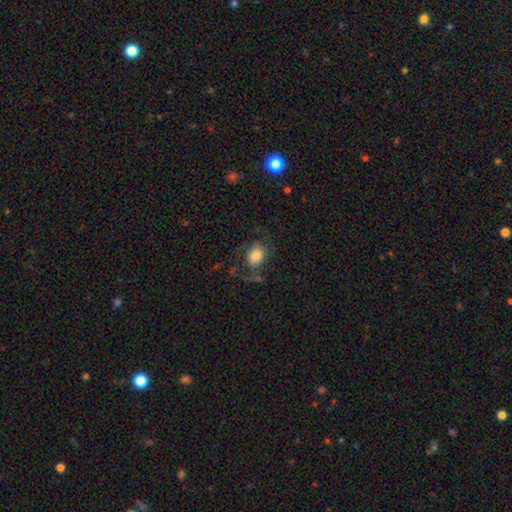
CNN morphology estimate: Q: Smooth or featured?
A: smooth (63%); runner-up: featured or disk (28%)
Q: How rounded?
A: in between (57%); runner-up: round (42%)
Q: Merging?
A: none (48%); runner-up: major disturbance (27%)